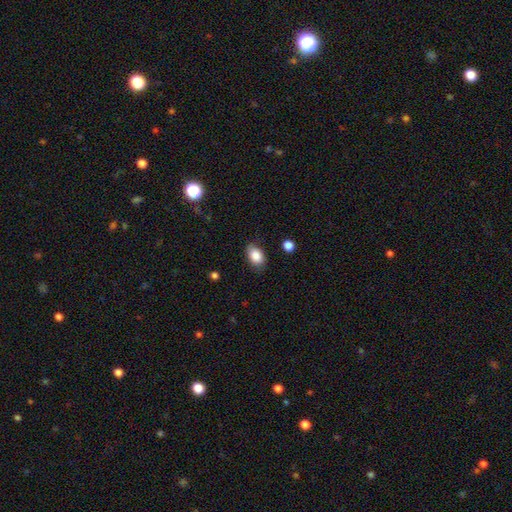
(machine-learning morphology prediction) Smooth or featured? smooth (86%)
How rounded? in between (85%)
Merging? none (81%)